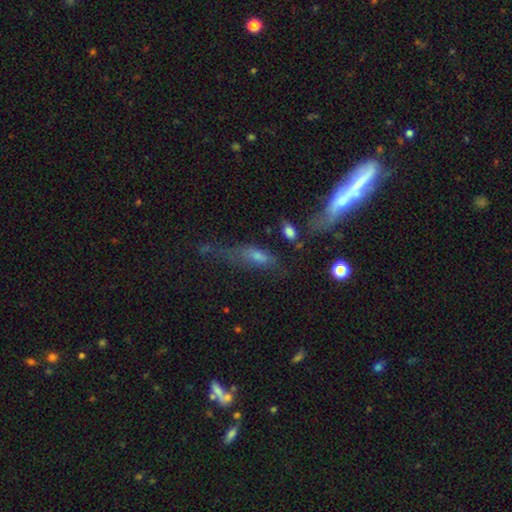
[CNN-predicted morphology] This appears to be a smooth galaxy with no disk features (52%) that is in between round and cigar-shaped (48%). Merging: none (35%).